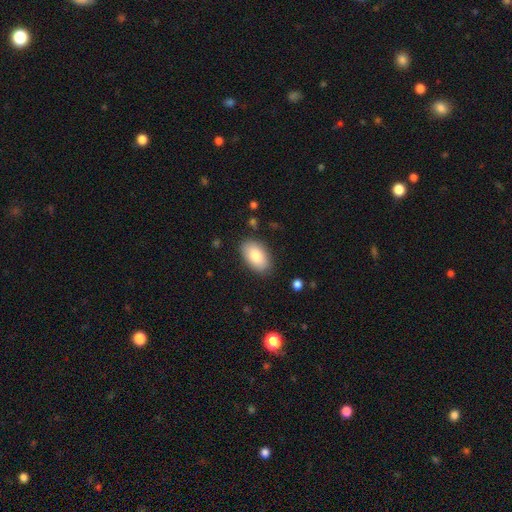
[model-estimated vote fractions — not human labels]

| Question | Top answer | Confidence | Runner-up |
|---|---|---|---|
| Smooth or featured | smooth | 84% | featured or disk (9%) |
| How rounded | in between | 94% | round (4%) |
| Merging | none | 85% | minor disturbance (11%) |